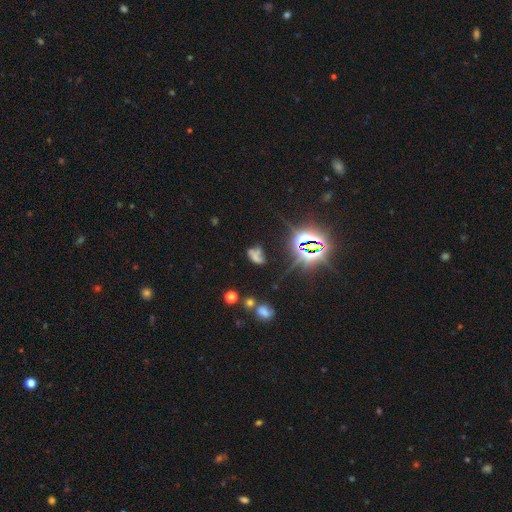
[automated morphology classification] Q: Smooth or featured?
A: smooth (40%); runner-up: star or artifact (35%)
Q: Merging?
A: none (36%); runner-up: merger (26%)